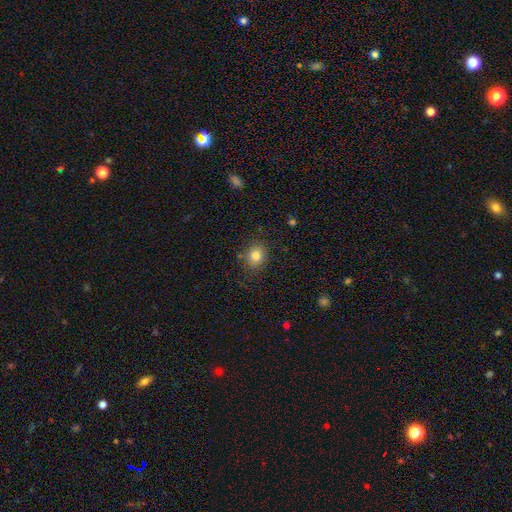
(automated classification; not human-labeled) Overall: smooth (81%). How rounded: round (68%; in between 31%). Merging: none (84%).